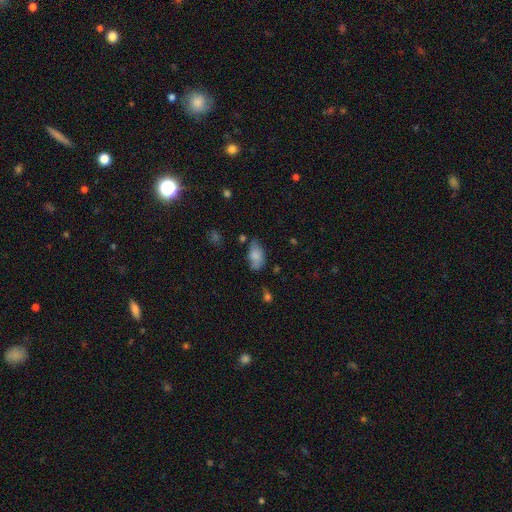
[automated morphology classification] smooth-or-featured: smooth: 77% | featured or disk: 15% | star or artifact: 9%
  how-rounded: in between: 90% | round: 6% | cigar-shaped: 4%
  merging: none: 51% | minor disturbance: 31% | major disturbance: 10% | merger: 8%